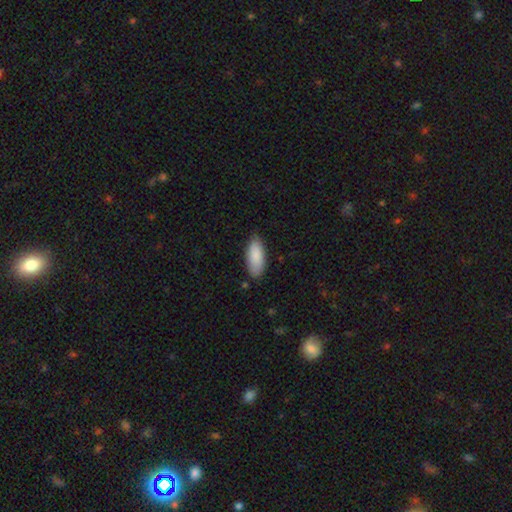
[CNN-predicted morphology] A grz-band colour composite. It shows a smooth galaxy with no disk features (87%) that is in between round and cigar-shaped (85%). Merging: none (80%).